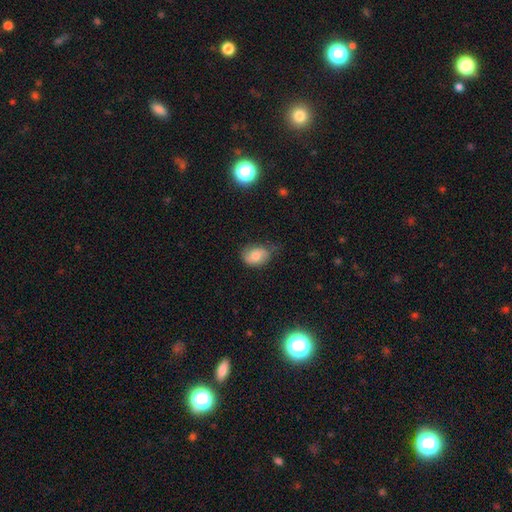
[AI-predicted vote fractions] This appears to be a smooth galaxy with no disk features (74%) that is in between round and cigar-shaped (78%). Merging: none (62%).